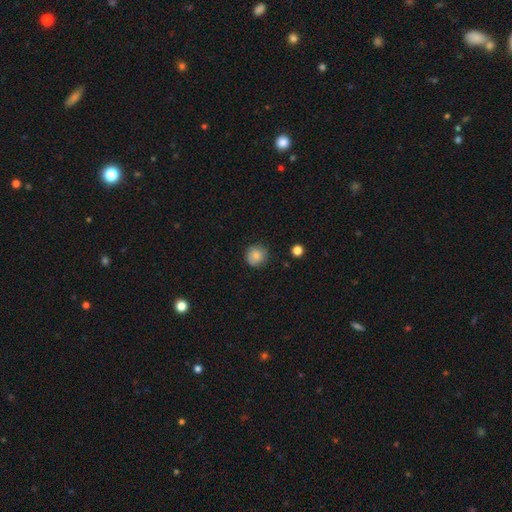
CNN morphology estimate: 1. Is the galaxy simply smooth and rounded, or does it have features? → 80% smooth, 11% featured or disk, 9% star or artifact.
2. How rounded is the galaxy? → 92% round, 7% in between, 1% cigar-shaped.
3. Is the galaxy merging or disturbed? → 82% none, 14% minor disturbance, 3% major disturbance, 1% merger.